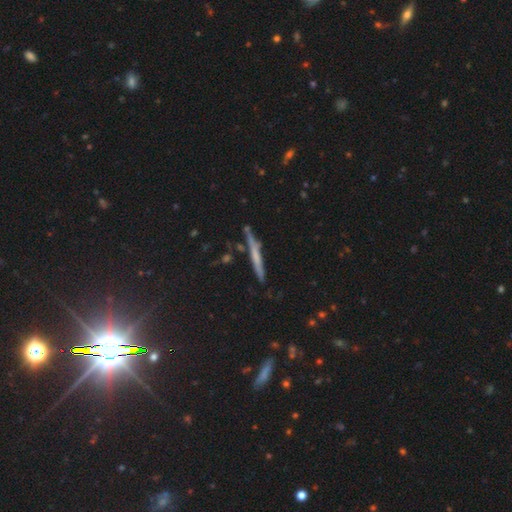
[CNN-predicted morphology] smooth_or_featured: featured or disk (p=0.47) [alt: smooth p=0.42]
merging: none (p=0.82) [alt: minor disturbance p=0.12]